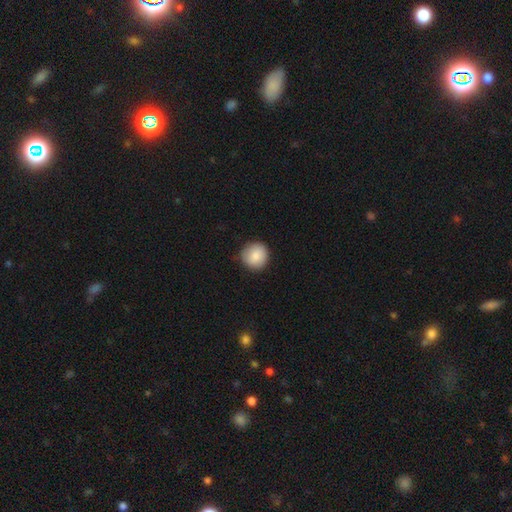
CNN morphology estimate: Smooth or featured?
  - smooth: 86% *
  - star or artifact: 7%
  - featured or disk: 6%
How rounded?
  - round: 94% *
  - in between: 5%
  - cigar-shaped: 1%
Merging?
  - none: 86% *
  - minor disturbance: 11%
  - major disturbance: 2%
  - merger: 1%